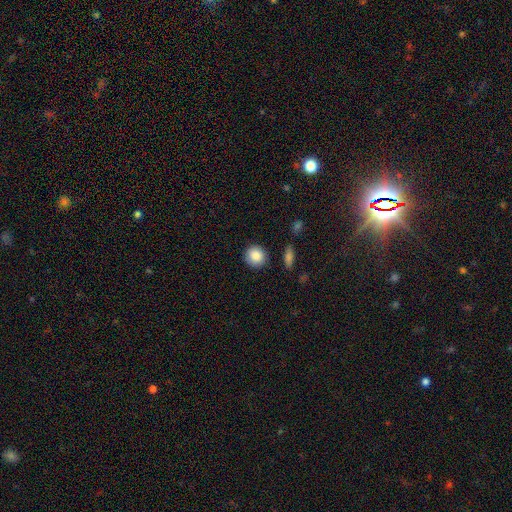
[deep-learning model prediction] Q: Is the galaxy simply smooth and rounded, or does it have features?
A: smooth — 87%.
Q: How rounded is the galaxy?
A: round — 87%.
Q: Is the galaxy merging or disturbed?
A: none — 87%.